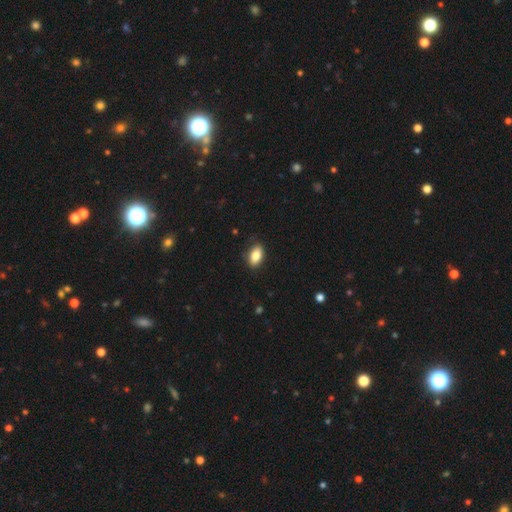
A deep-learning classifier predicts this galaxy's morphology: The model was most divided on "merging": none: 83%, minor disturbance: 13%, major disturbance: 3%, merger: 1%. More confident: how rounded — in between (90%); smooth or featured — smooth (84%).